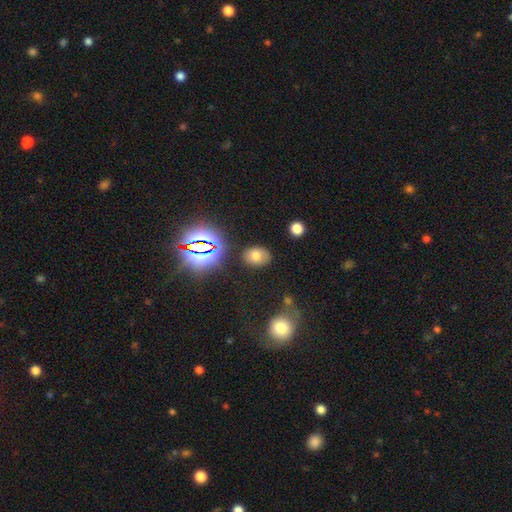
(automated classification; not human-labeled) This appears to be a smooth galaxy with no disk features (71%) that is in between round and cigar-shaped (67%). Merging: none (81%).